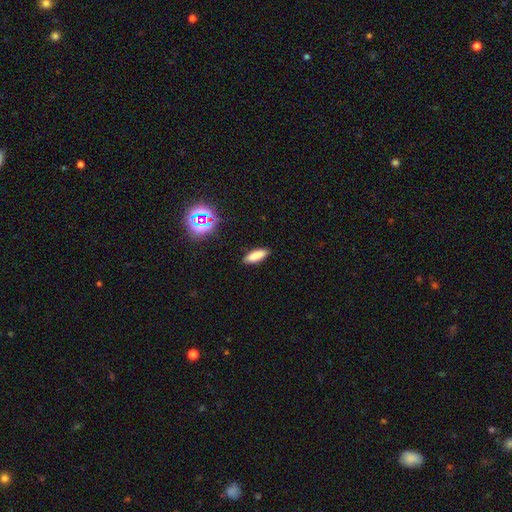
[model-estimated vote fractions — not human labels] Morphology: type=smooth (79%); roundness=in between (63%); merging=none (88%).